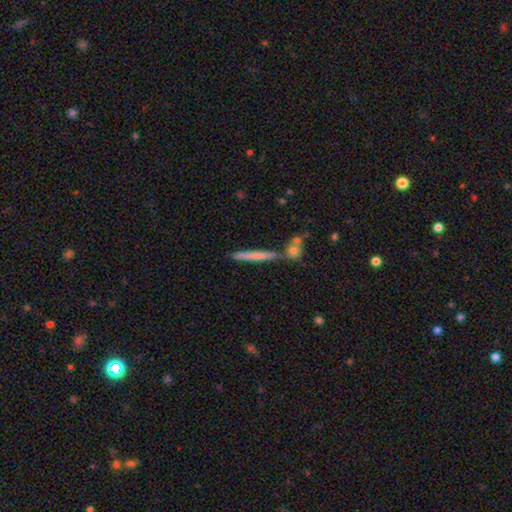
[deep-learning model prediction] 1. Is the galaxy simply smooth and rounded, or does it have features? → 59% smooth, 34% featured or disk, 7% star or artifact.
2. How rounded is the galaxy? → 95% cigar-shaped, 3% in between, 2% round.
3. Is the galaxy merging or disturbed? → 77% none, 10% merger, 10% minor disturbance, 3% major disturbance.